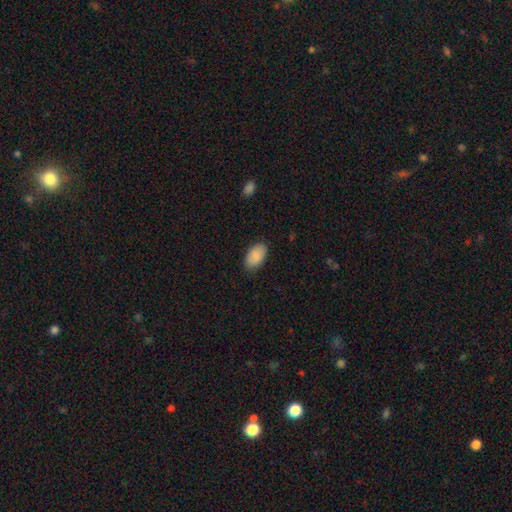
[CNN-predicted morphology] smooth_or_featured: smooth (p=0.89) [alt: star or artifact p=0.06]
how_rounded: in between (p=0.94) [alt: round p=0.04]
merging: none (p=0.87) [alt: minor disturbance p=0.10]